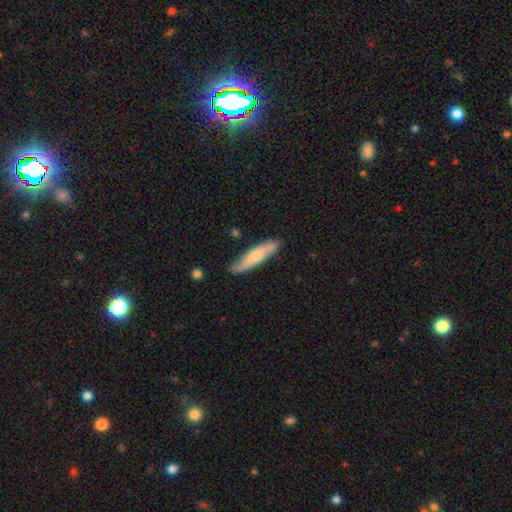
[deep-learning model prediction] Smooth or featured: smooth — 53% (featured or disk — 41%)
How rounded: cigar-shaped — 78% (in between — 20%)
Merging: none — 78% (minor disturbance — 17%)